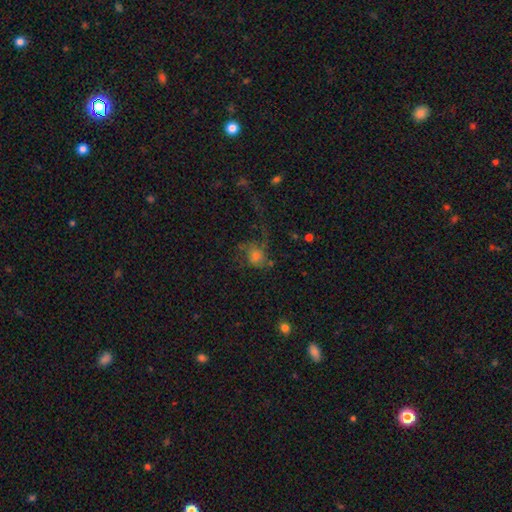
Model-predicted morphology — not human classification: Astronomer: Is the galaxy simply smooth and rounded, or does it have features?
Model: smooth — 45% (runner-up: featured or disk, 36%).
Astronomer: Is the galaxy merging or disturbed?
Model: major disturbance — 46% (runner-up: none, 35%).